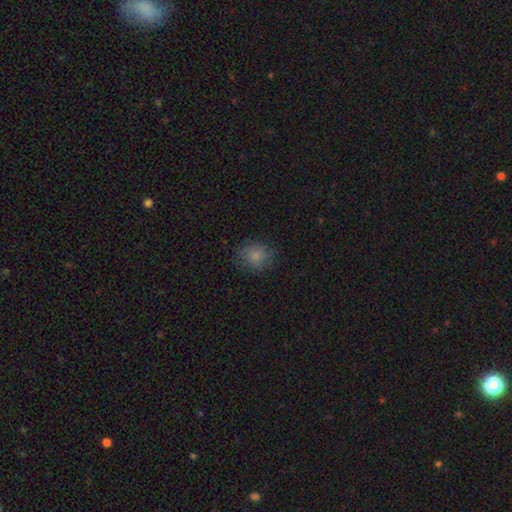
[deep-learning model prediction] smooth-or-featured: smooth: 81% | star or artifact: 11% | featured or disk: 8%
  how-rounded: round: 80% | in between: 19% | cigar-shaped: 1%
  merging: none: 79% | minor disturbance: 15% | major disturbance: 5% | merger: 1%